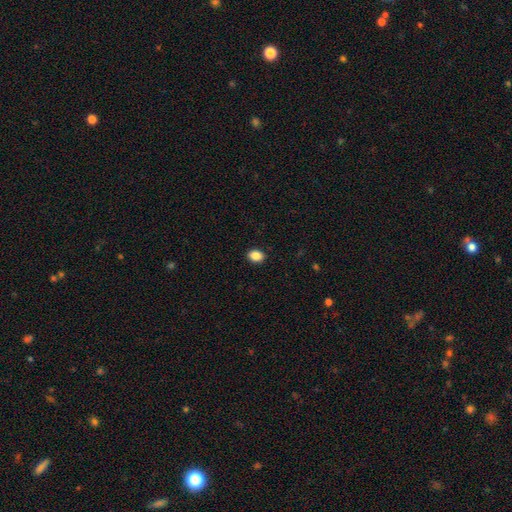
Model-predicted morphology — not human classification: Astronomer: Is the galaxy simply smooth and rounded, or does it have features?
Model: smooth — 87%.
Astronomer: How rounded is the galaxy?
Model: in between — 64%.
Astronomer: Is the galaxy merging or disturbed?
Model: none — 91%.